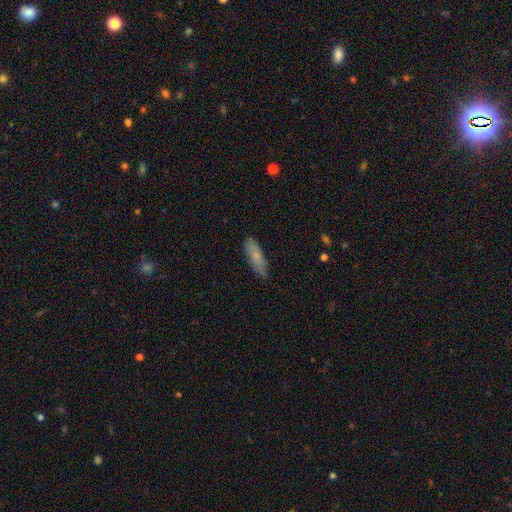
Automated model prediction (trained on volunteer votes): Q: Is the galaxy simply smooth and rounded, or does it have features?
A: smooth — 74%.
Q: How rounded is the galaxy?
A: cigar-shaped — 52%.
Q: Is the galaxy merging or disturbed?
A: none — 73%.